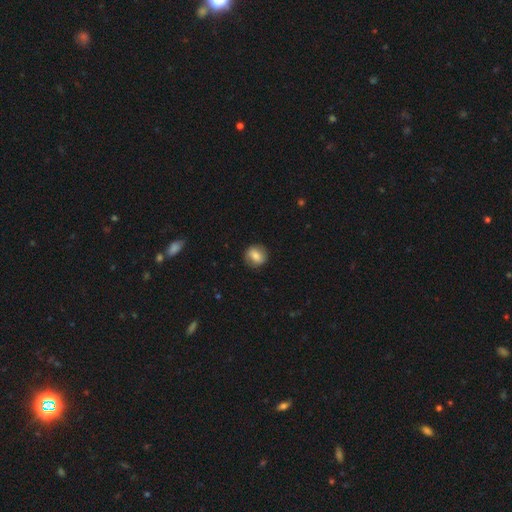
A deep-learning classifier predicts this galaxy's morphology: smooth 73%, featured or disk 19%, star or artifact 9%. Down the decision tree: how rounded — round (77%); merging — none (85%).